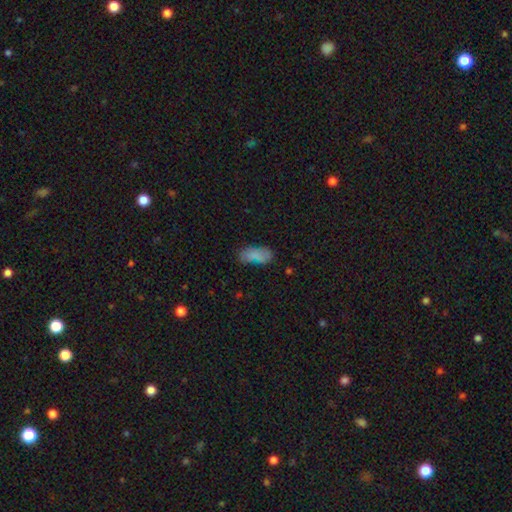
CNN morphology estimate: This appears to be a smooth galaxy with no disk features (76%) that is in between round and cigar-shaped (88%). Merging: none (63%).